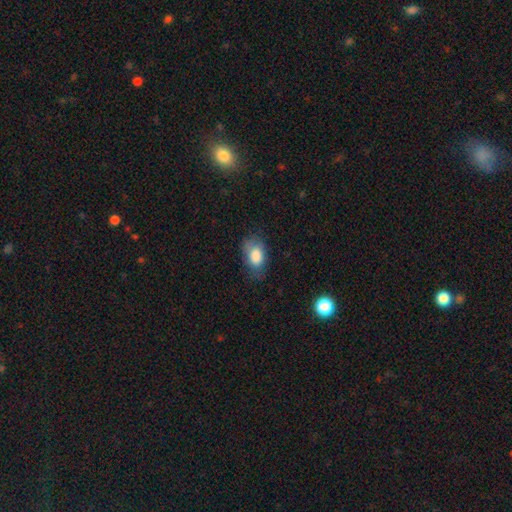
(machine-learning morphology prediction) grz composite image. It shows a smooth galaxy with no disk features (82%) that is in between round and cigar-shaped (86%). Merging: none (61%).